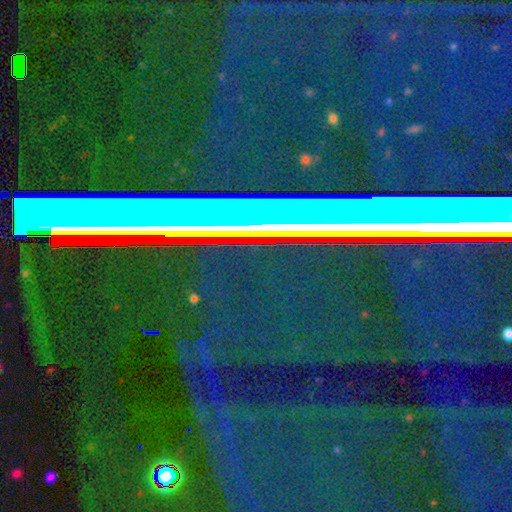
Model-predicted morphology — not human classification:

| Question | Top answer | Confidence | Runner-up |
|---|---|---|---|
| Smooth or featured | star or artifact | 73% | featured or disk (14%) |